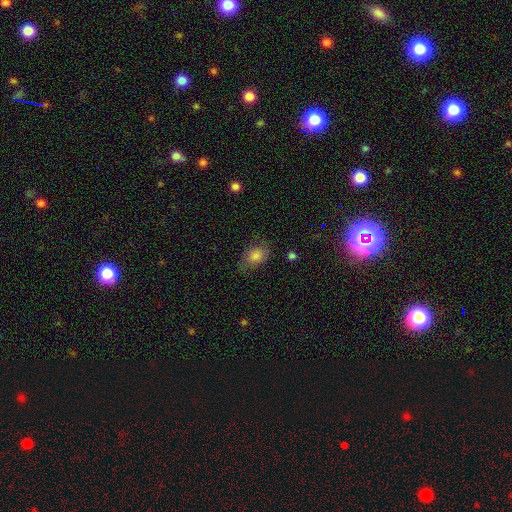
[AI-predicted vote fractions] The model was most divided on "merging": none: 60%, minor disturbance: 26%, major disturbance: 12%, merger: 2%. More confident: how rounded — in between (76%); smooth or featured — smooth (74%).